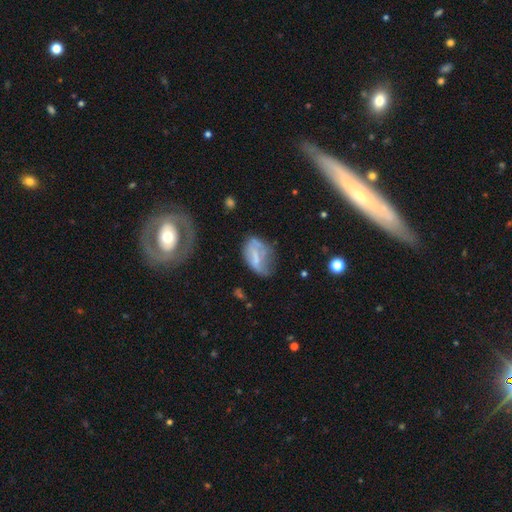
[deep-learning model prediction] smooth-or-featured: featured or disk: 49% | smooth: 41% | star or artifact: 10%
  merging: none: 38% | minor disturbance: 30% | major disturbance: 27% | merger: 5%